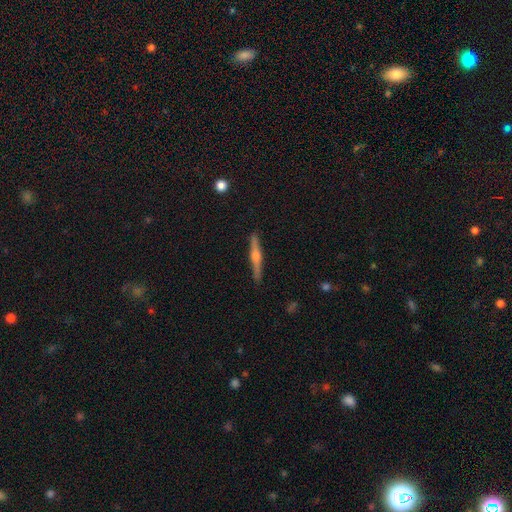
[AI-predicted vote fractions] The model was most divided on "smooth or featured": featured or disk: 66%, smooth: 28%, star or artifact: 6%. More confident: edge-on disk — yes (98%); merging — none (90%); edge-on bulge — rounded (80%).